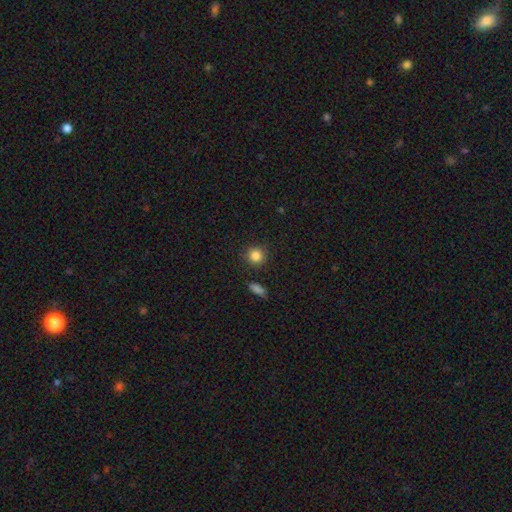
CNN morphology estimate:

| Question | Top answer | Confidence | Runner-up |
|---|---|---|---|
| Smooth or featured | smooth | 84% | star or artifact (11%) |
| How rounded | round | 91% | in between (8%) |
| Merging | none | 90% | minor disturbance (6%) |